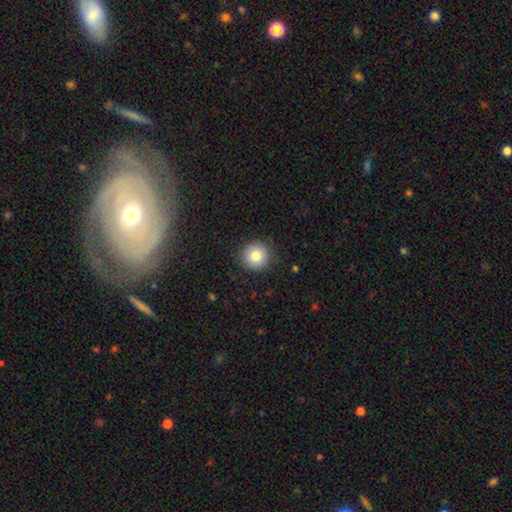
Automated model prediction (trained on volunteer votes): Smooth or featured?
  - smooth: 83% *
  - star or artifact: 9%
  - featured or disk: 8%
How rounded?
  - round: 94% *
  - in between: 6%
  - cigar-shaped: 1%
Merging?
  - none: 90% *
  - minor disturbance: 7%
  - major disturbance: 2%
  - merger: 1%